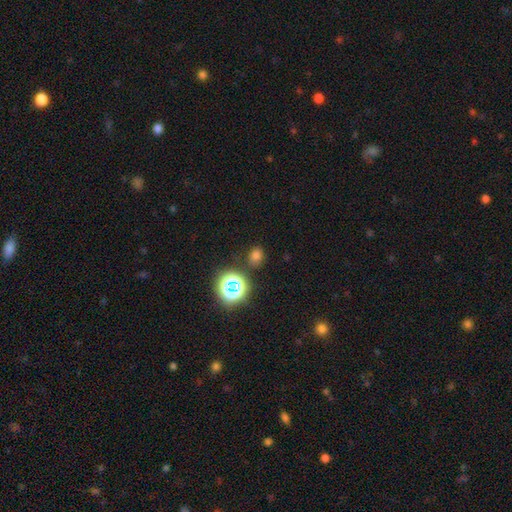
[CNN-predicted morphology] A smooth galaxy with no disk features (69%) that is round (64%).

Vote fractions:
- Smooth or featured? smooth: 69% / star or artifact: 25% / featured or disk: 6%
- How rounded? round: 64% / in between: 35% / cigar-shaped: 1%
- Merging? none: 82% / minor disturbance: 11% / merger: 4% / major disturbance: 3%